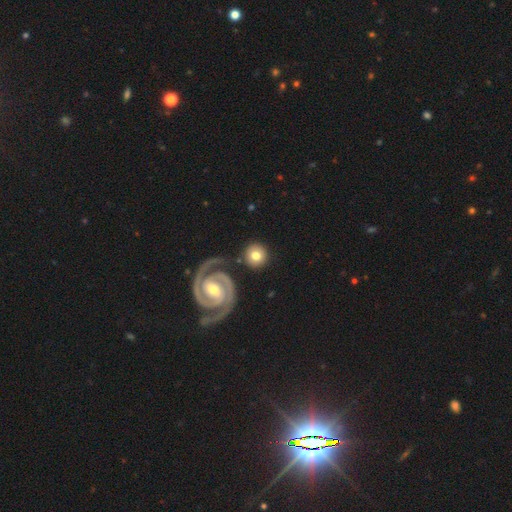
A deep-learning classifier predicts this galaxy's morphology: Q: Smooth or featured?
A: smooth (66%); runner-up: featured or disk (27%)
Q: How rounded?
A: round (92%); runner-up: in between (7%)
Q: Merging?
A: none (84%); runner-up: minor disturbance (8%)